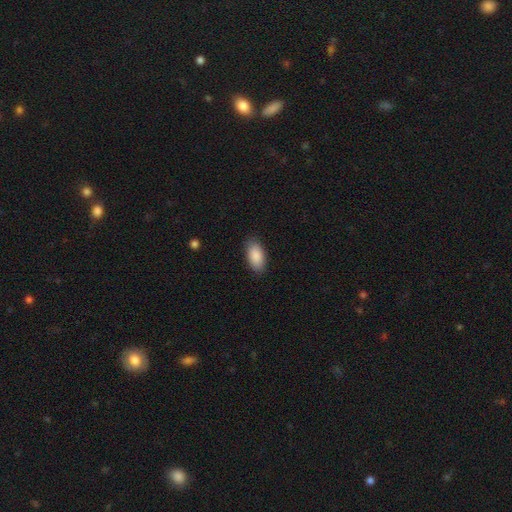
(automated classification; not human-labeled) smooth 89%, star or artifact 6%, featured or disk 5%. Down the decision tree: how rounded — in between (94%); merging — none (86%).